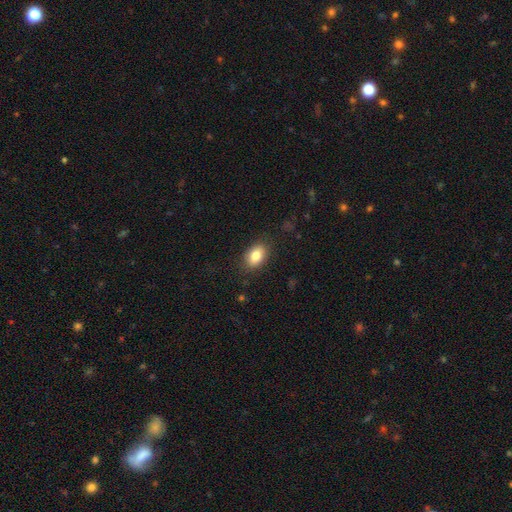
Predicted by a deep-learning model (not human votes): The model was most divided on "merging": none: 84%, minor disturbance: 11%, major disturbance: 3%, merger: 1%. More confident: how rounded — in between (86%); smooth or featured — smooth (84%).